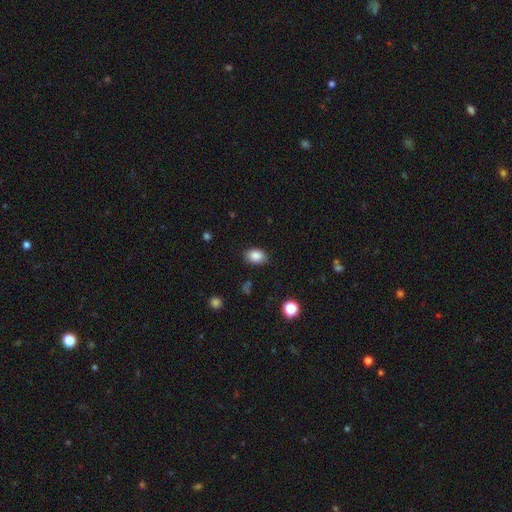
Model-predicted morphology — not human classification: The model was most divided on "how rounded": in between: 76%, round: 23%, cigar-shaped: 1%. More confident: smooth or featured — smooth (87%); merging — none (83%).